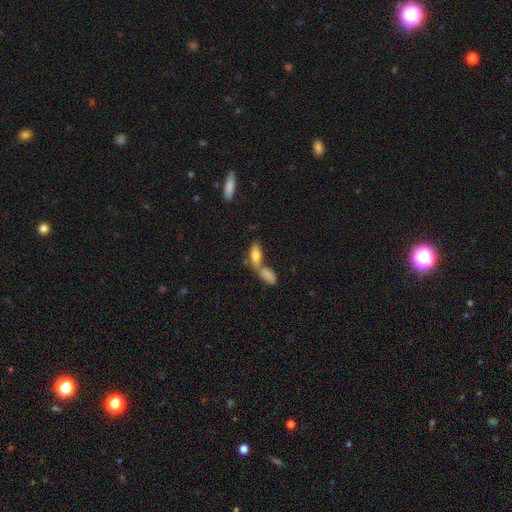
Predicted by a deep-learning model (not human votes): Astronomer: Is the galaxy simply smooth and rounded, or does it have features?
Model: smooth — 78%.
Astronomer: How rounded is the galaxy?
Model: in between — 79%.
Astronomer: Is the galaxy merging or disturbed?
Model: merger — 55% (runner-up: none, 32%).